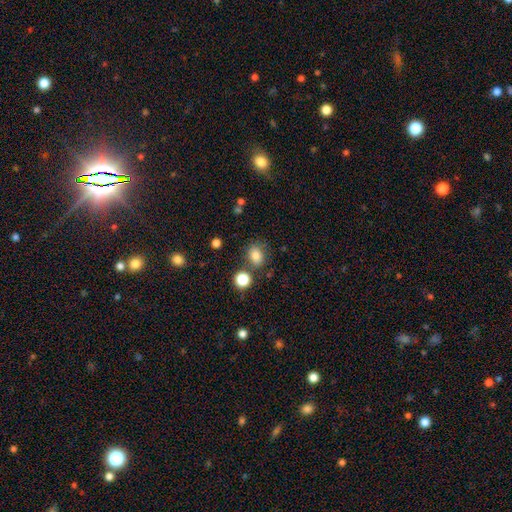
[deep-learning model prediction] A smooth galaxy with no disk features (79%) that is round (56%). Merging: none (72%).